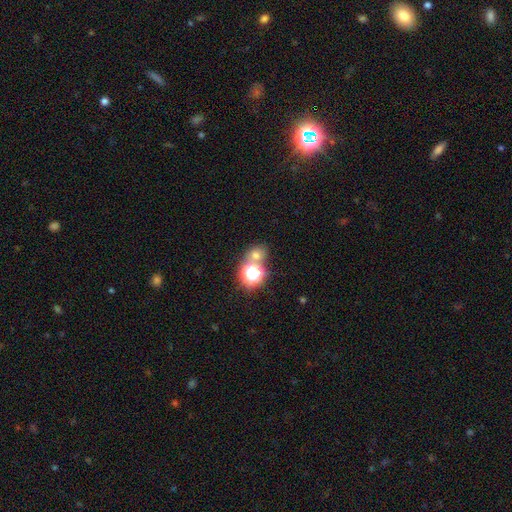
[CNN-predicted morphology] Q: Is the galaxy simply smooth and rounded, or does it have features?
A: smooth — 60%.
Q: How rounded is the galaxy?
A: round — 72%.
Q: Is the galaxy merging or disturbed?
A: none — 59%.